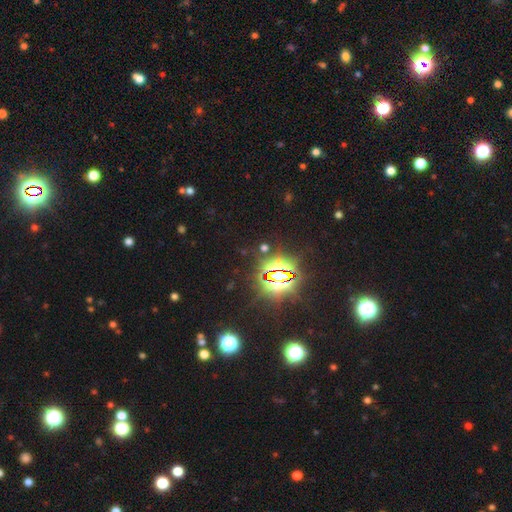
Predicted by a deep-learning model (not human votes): This is clearly a star or artifact rather than a galaxy (82%).